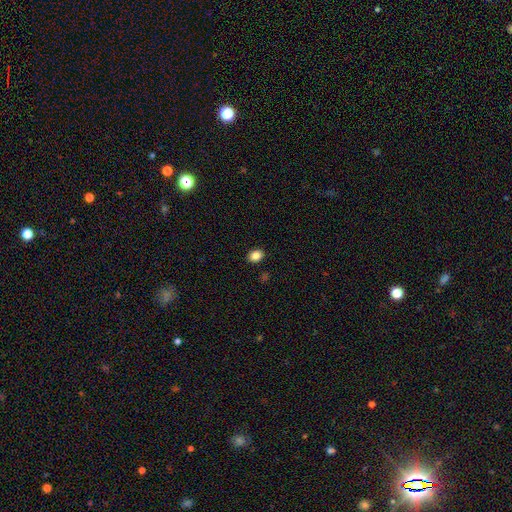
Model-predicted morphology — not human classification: Smooth or featured? Predicted: smooth (p=0.86). How rounded? Predicted: in between (p=0.68). Merging? Predicted: none (p=0.90).